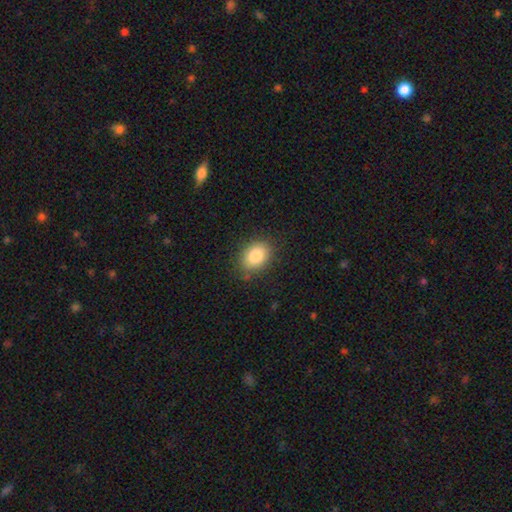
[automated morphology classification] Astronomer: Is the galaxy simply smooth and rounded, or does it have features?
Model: smooth — 83%.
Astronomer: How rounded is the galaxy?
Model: in between — 73%.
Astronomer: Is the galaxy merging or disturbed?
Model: none — 82%.